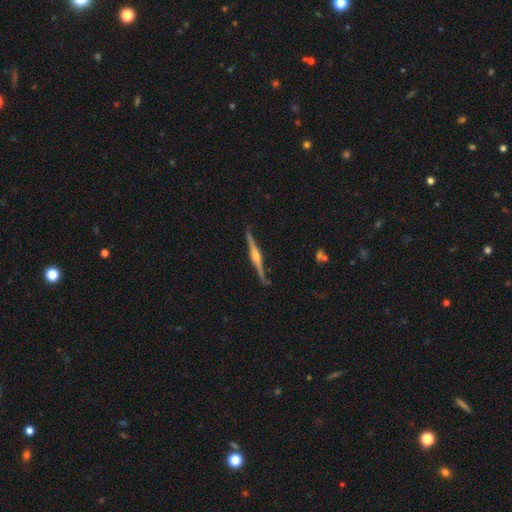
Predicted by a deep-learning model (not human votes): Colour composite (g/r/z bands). It shows a featured or disk galaxy (80%) viewed edge-on (98%) with a rounded central bulge (71%). Merging: none (87%).